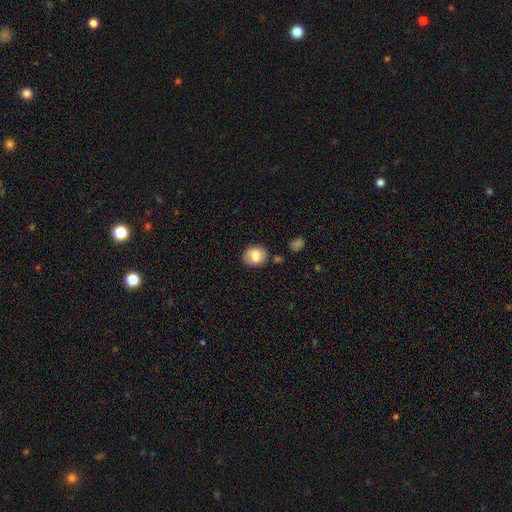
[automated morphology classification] Smooth or featured?
  - smooth: 82% *
  - featured or disk: 10%
  - star or artifact: 8%
How rounded?
  - round: 62% *
  - in between: 37%
  - cigar-shaped: 1%
Merging?
  - none: 79% *
  - minor disturbance: 13%
  - merger: 5%
  - major disturbance: 3%